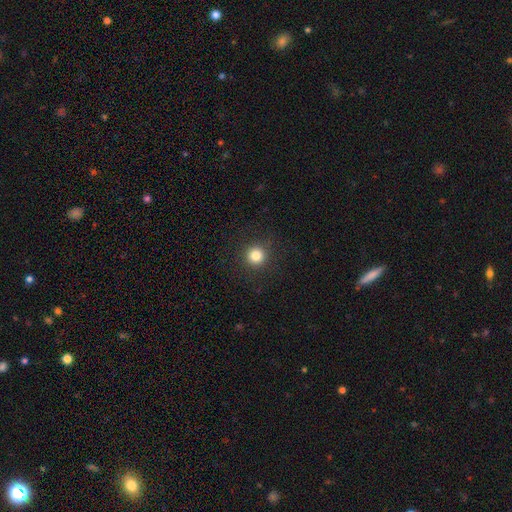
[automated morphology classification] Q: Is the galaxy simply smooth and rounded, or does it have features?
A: smooth — 83%.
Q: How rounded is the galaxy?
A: round — 95%.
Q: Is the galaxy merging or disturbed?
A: none — 91%.